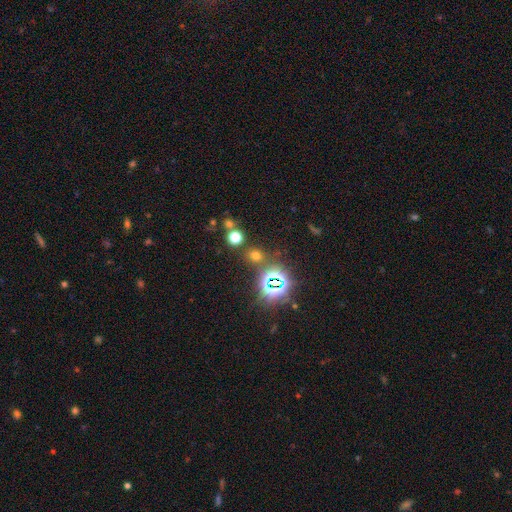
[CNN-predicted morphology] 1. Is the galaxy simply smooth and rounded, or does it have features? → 56% smooth, 38% star or artifact, 6% featured or disk.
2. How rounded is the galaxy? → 79% round, 20% in between, 1% cigar-shaped.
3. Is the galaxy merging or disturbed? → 80% none, 8% merger, 8% minor disturbance, 4% major disturbance.